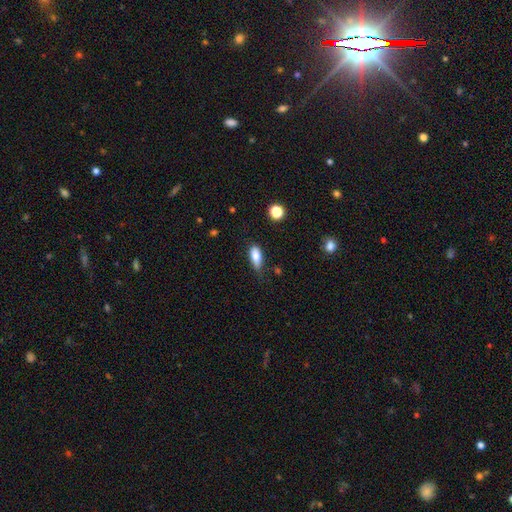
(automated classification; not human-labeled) A smooth galaxy with no disk features (80%) that is in between round and cigar-shaped (82%). Merging: none (59%).